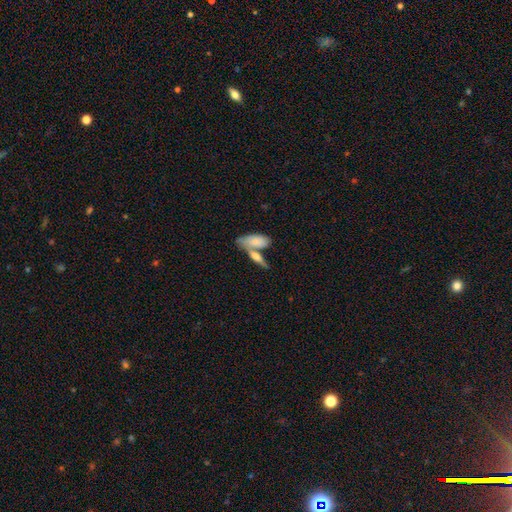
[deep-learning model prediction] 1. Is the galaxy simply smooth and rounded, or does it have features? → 70% smooth, 22% featured or disk, 7% star or artifact.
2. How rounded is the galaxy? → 67% in between, 29% cigar-shaped, 4% round.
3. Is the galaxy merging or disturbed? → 45% merger, 39% none, 11% minor disturbance, 4% major disturbance.